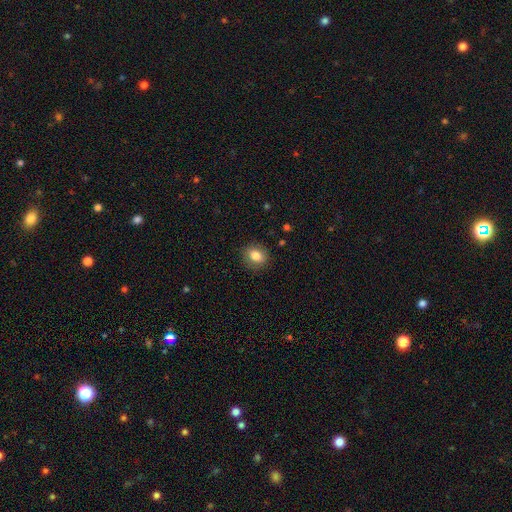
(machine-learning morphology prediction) type=smooth (82%); roundness=round (59%); merging=none (86%).